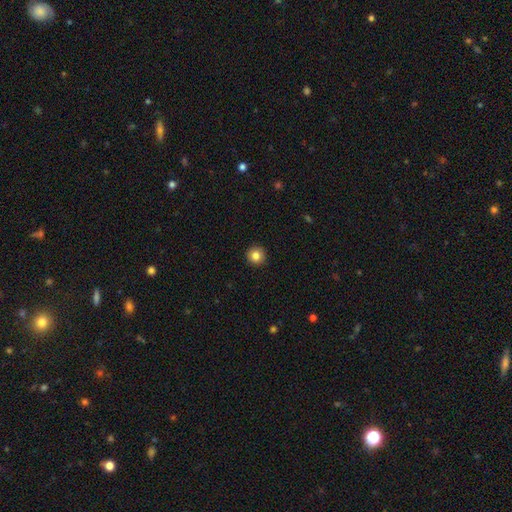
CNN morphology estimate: Smooth or featured? smooth (83%)
How rounded? round (95%)
Merging? none (93%)